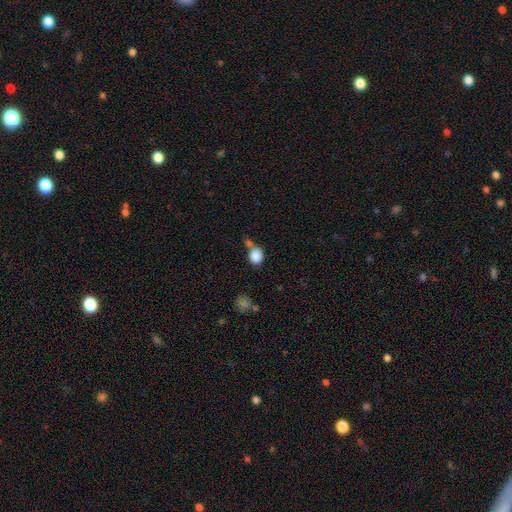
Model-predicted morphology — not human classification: A smooth galaxy with no disk features (86%) that is round (61%). Merging: none (55%).